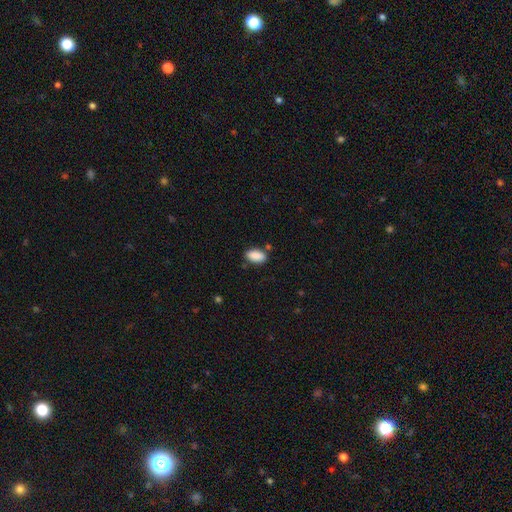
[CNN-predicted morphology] Overall: smooth (89%). How rounded: in between (93%). Merging: none (80%).